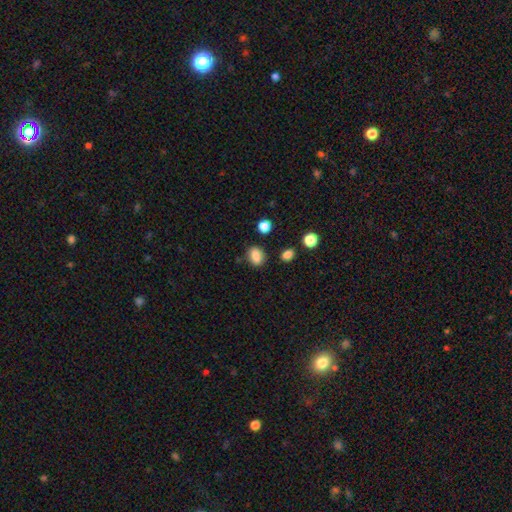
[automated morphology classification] Smooth or featured?
  - smooth: 84% *
  - star or artifact: 10%
  - featured or disk: 6%
How rounded?
  - in between: 64% *
  - round: 35%
  - cigar-shaped: 1%
Merging?
  - none: 79% *
  - minor disturbance: 13%
  - merger: 4%
  - major disturbance: 4%